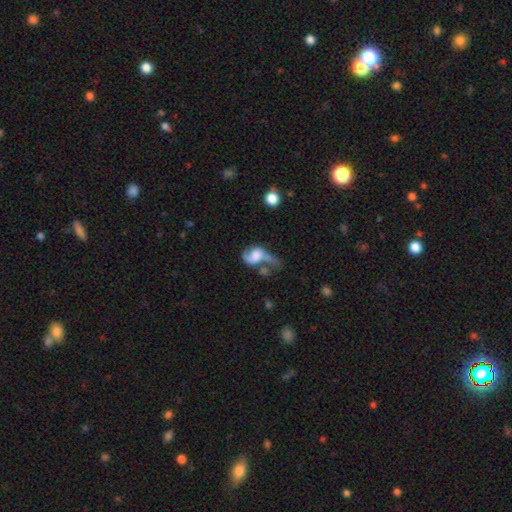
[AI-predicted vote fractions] smooth-or-featured: featured or disk: 56% | smooth: 35% | star or artifact: 9%
  disk-edge-on: no: 96% | yes: 4%
    bar: no: 66% | weak: 26% | strong: 8%
    has-spiral-arms: yes: 77% | no: 23%
    bulge-size: large: 32% | none: 24% | moderate: 22% | small: 13% | dominant: 10%
  merging: major disturbance: 38% | merger: 25% | none: 21% | minor disturbance: 17%